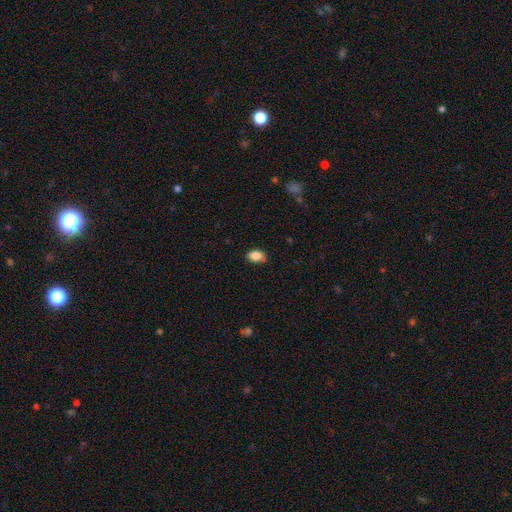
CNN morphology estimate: The model was most divided on "merging": none: 76%, minor disturbance: 19%, major disturbance: 3%, merger: 1%. More confident: smooth or featured — smooth (86%); how rounded — in between (86%).